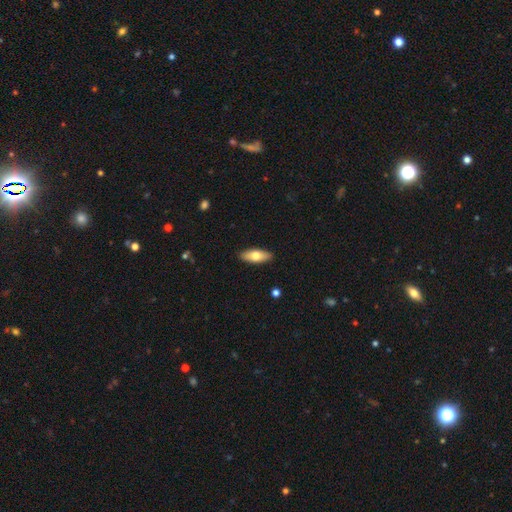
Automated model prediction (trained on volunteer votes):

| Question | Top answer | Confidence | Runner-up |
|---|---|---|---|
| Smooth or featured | smooth | 69% | featured or disk (25%) |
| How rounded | in between | 74% | cigar-shaped (24%) |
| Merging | none | 90% | minor disturbance (8%) |